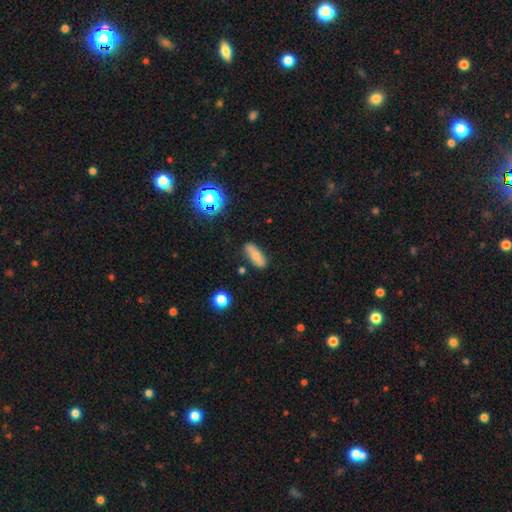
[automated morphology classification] type=smooth (70%); roundness=in between (63%); merging=none (82%).